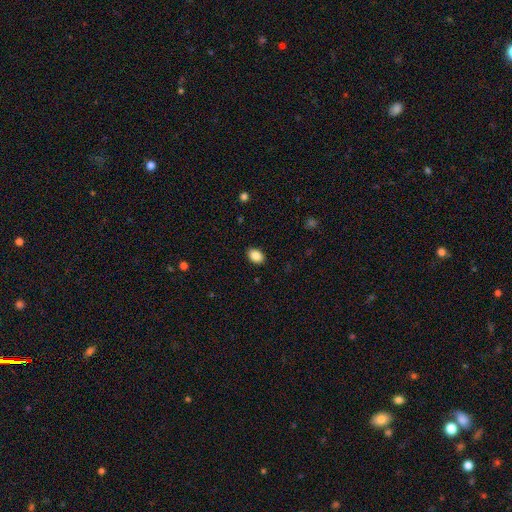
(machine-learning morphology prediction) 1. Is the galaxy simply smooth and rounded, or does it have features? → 87% smooth, 8% star or artifact, 4% featured or disk.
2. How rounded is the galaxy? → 81% in between, 17% round, 1% cigar-shaped.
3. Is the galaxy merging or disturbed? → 89% none, 8% minor disturbance, 2% major disturbance, 1% merger.